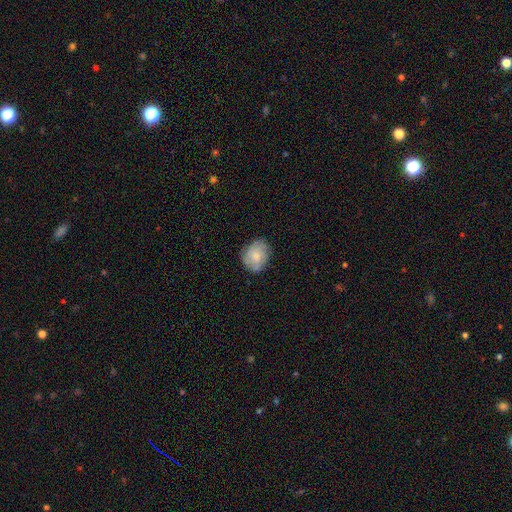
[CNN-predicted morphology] smooth_or_featured: smooth (p=0.57) [alt: featured or disk p=0.35]
how_rounded: round (p=0.54) [alt: in between p=0.45]
merging: none (p=0.74) [alt: minor disturbance p=0.19]